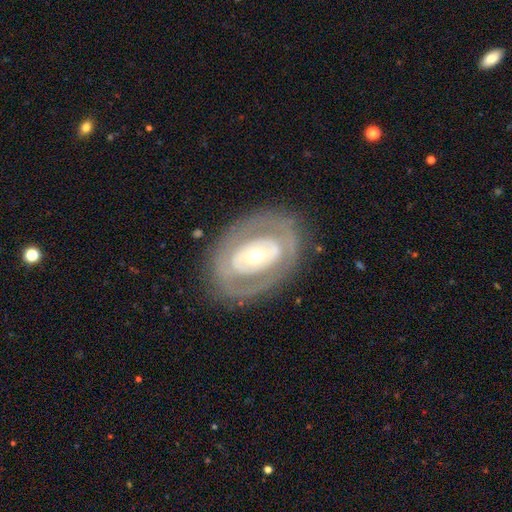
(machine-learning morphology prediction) featured or disk 69%, smooth 25%, star or artifact 6%. Down the decision tree: edge-on disk — no (92%); bar — no (70%); spiral arms — no (75%); bulge size — moderate (56%); merging — none (79%).